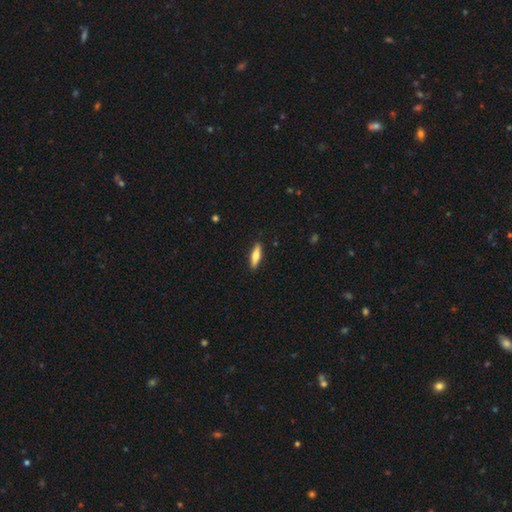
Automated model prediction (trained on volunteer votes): smooth-or-featured: smooth: 66% | featured or disk: 28% | star or artifact: 6%
  how-rounded: cigar-shaped: 63% | in between: 35% | round: 2%
  merging: none: 90% | minor disturbance: 8% | major disturbance: 2% | merger: 1%